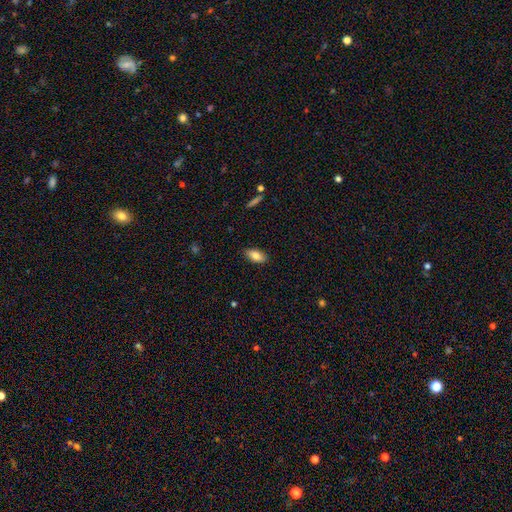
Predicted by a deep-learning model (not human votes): Smooth or featured: smooth — 81% (featured or disk — 12%)
How rounded: in between — 90% (cigar-shaped — 7%)
Merging: none — 86% (minor disturbance — 11%)